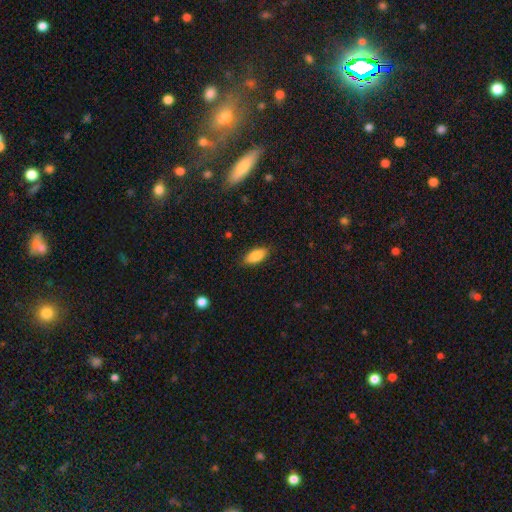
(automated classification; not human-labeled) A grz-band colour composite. It shows a smooth galaxy with no disk features (85%) that is in between round and cigar-shaped (82%). Merging: none (86%).